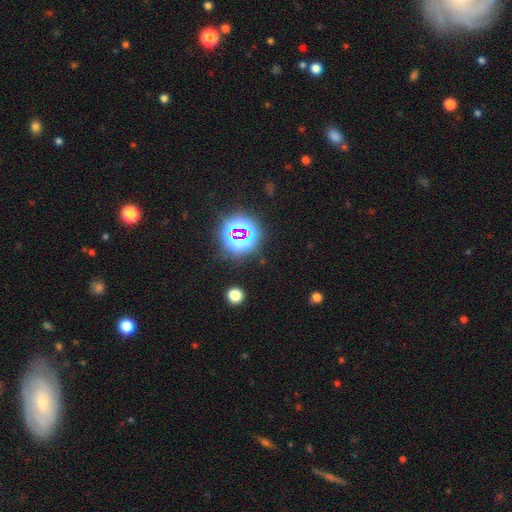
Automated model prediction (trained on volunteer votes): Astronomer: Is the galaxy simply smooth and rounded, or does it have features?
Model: star or artifact — 77%.